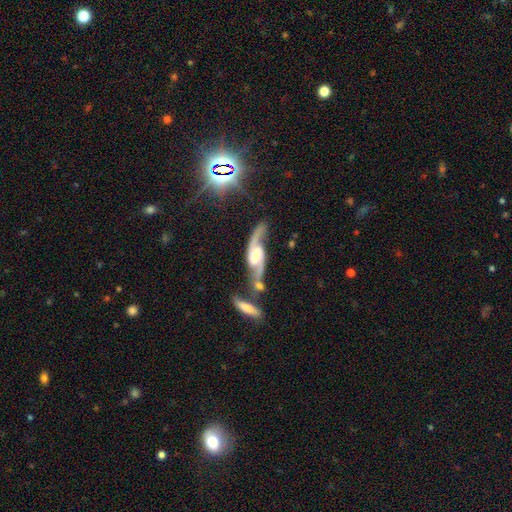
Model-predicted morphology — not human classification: Smooth or featured: featured or disk — 88% (smooth — 7%)
Edge-on disk: no — 89% (yes — 11%)
Bar: weak — 44% (no — 30%)
Spiral arms: yes — 97% (no — 3%)
Spiral winding: loose — 48% (medium — 41%)
Spiral arm count: 2 — 93% (can't tell — 3%)
Bulge size: moderate — 41% (small — 30%)
Merging: none — 53% (merger — 22%)